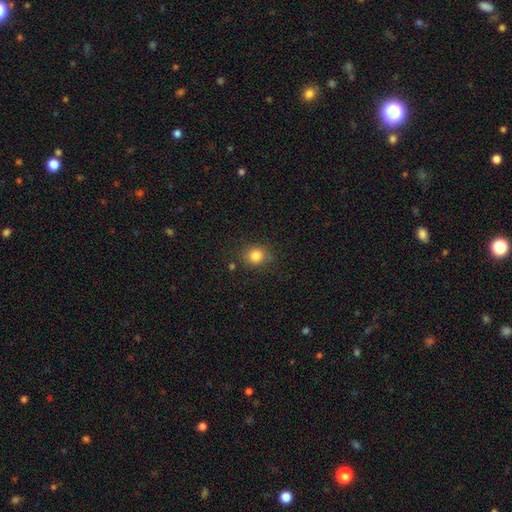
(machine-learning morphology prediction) Smooth or featured: smooth — 83% (star or artifact — 12%)
How rounded: round — 79% (in between — 20%)
Merging: none — 80% (minor disturbance — 13%)